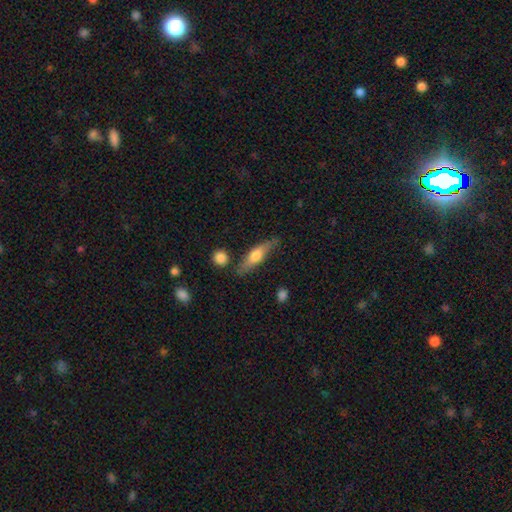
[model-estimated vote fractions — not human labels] Smooth or featured?
  - smooth: 48% *
  - featured or disk: 46%
  - star or artifact: 6%
Merging?
  - none: 74% *
  - minor disturbance: 16%
  - merger: 5%
  - major disturbance: 4%